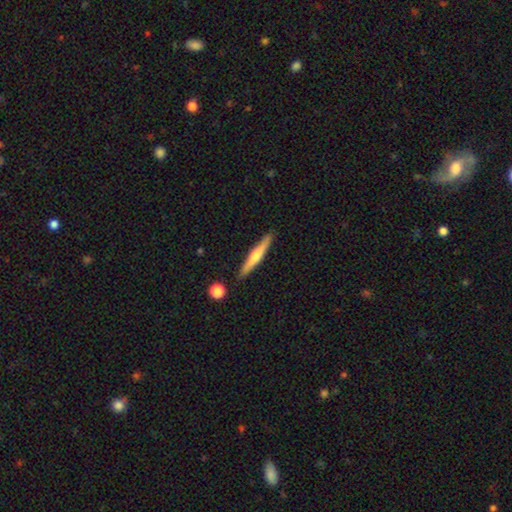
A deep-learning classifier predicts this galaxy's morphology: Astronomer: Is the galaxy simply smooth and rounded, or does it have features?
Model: featured or disk — 48% (runner-up: smooth, 47%).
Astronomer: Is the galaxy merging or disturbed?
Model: none — 88%.